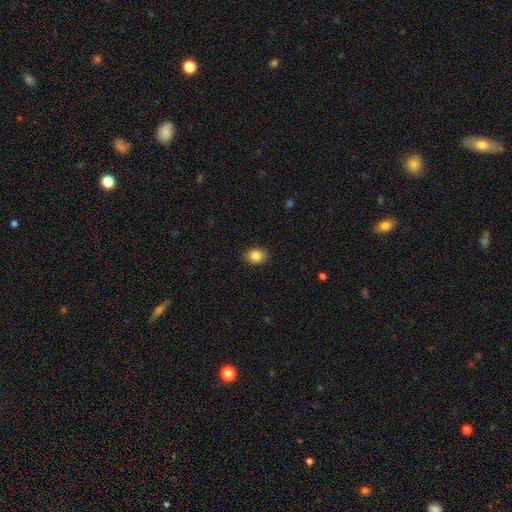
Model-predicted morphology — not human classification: type=smooth (85%); roundness=in between (63%); merging=none (89%).